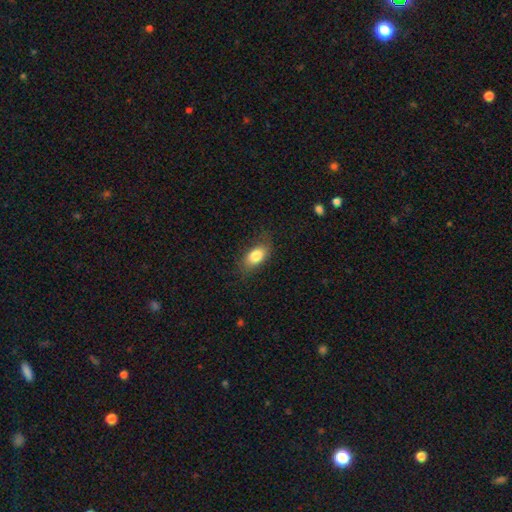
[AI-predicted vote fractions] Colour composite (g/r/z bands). It shows a smooth galaxy with no disk features (83%) that is in between round and cigar-shaped (88%). Merging: none (76%).